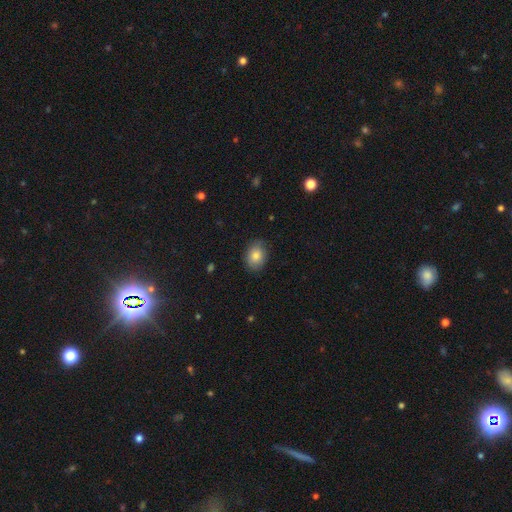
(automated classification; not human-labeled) Morphology: type=smooth (82%); roundness=in between (64%); merging=none (83%).